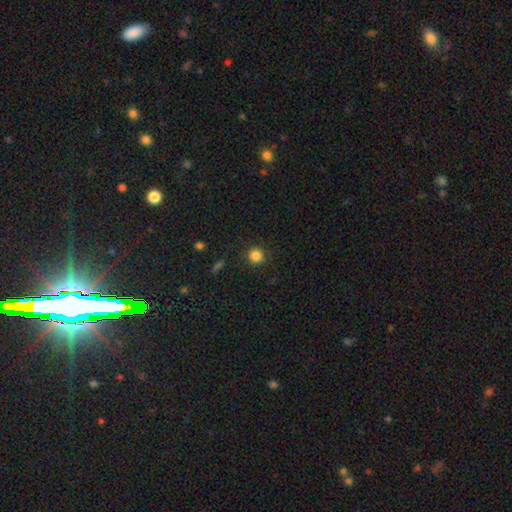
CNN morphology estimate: This appears to be a smooth galaxy with no disk features (85%) that is round (92%). Merging: none (89%).